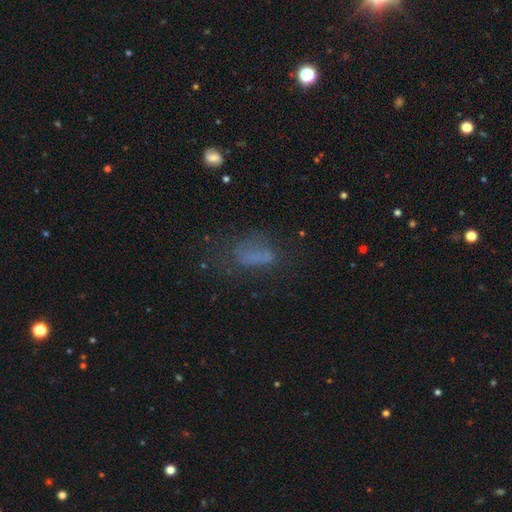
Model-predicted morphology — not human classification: Smooth or featured?
  - smooth: 57% *
  - featured or disk: 22%
  - star or artifact: 21%
How rounded?
  - in between: 78% *
  - cigar-shaped: 13%
  - round: 9%
Merging?
  - none: 45% *
  - major disturbance: 28%
  - minor disturbance: 22%
  - merger: 4%